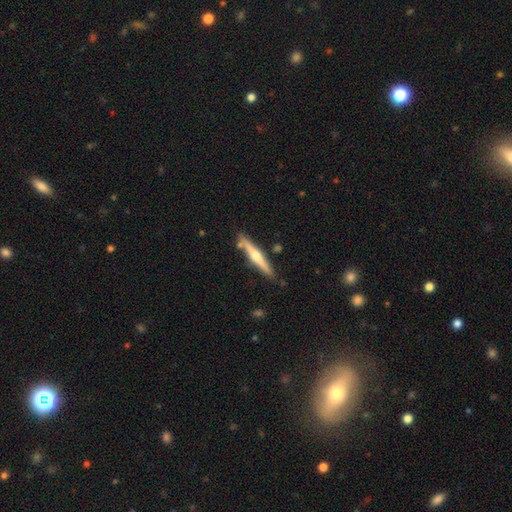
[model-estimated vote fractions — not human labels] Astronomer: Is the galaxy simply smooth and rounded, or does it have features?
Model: featured or disk — 63%.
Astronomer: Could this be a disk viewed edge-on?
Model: yes — 97%.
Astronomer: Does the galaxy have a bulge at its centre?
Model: rounded — 86%.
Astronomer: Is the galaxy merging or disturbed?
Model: none — 84%.